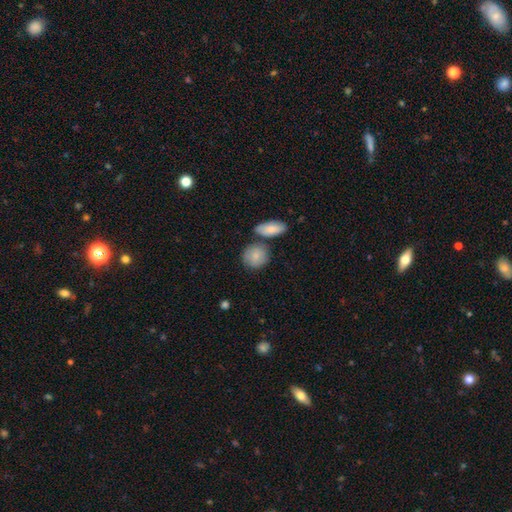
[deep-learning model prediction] smooth_or_featured: smooth (p=0.83) [alt: featured or disk p=0.11]
how_rounded: round (p=0.78) [alt: in between p=0.20]
merging: none (p=0.64) [alt: merger p=0.18]